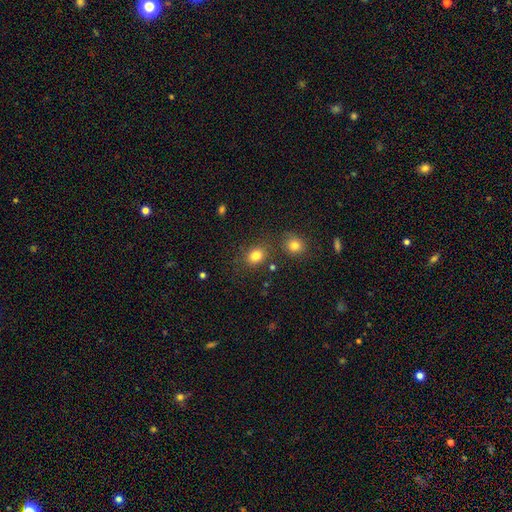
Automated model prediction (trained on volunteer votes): Q: Smooth or featured?
A: smooth (82%); runner-up: star or artifact (12%)
Q: How rounded?
A: round (54%); runner-up: in between (45%)
Q: Merging?
A: none (75%); runner-up: minor disturbance (12%)